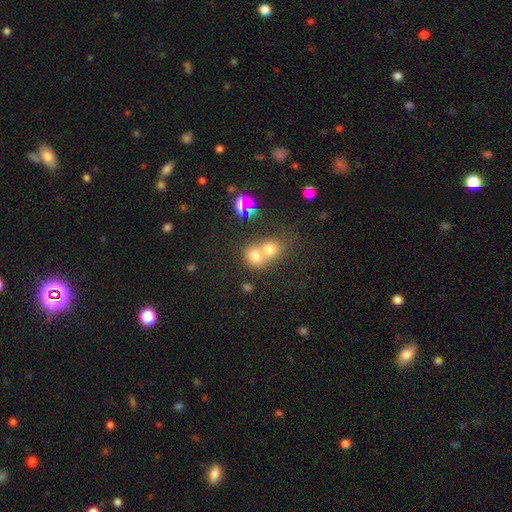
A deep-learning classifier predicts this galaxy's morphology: type=smooth (70%); roundness=round (74%); merging=merger (63%).